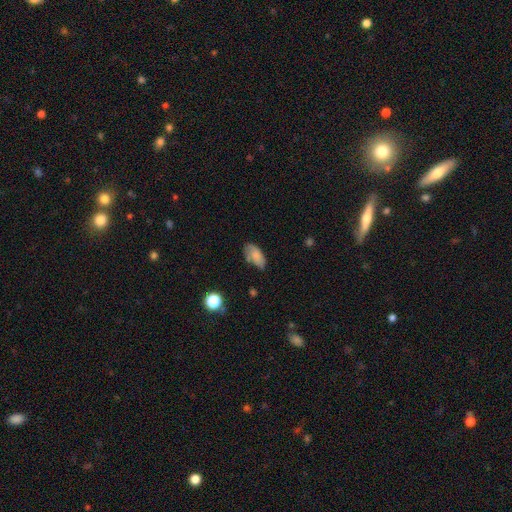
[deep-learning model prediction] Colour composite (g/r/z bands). It shows a smooth galaxy with no disk features (75%) that is in between round and cigar-shaped (91%). Merging: none (55%).